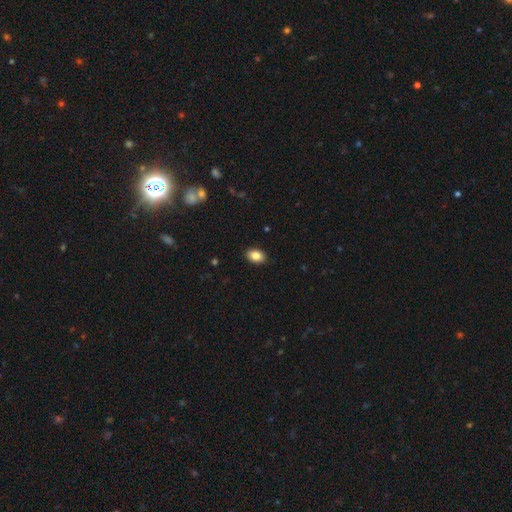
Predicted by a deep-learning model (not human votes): Smooth or featured: smooth — 86% (star or artifact — 8%)
How rounded: in between — 86% (round — 13%)
Merging: none — 90% (minor disturbance — 7%)